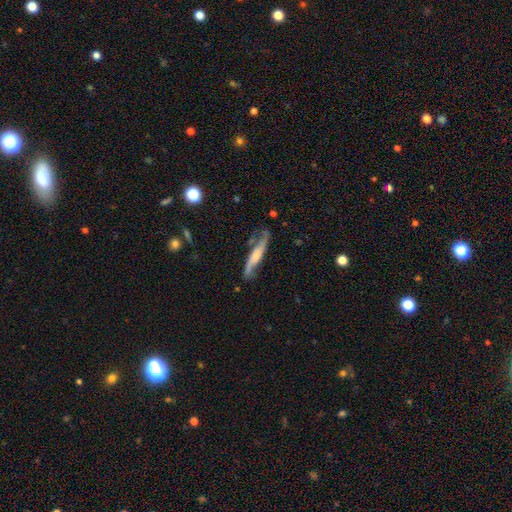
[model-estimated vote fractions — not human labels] A featured or disk galaxy (59%) viewed edge-on (51%). Merging: none (59%).